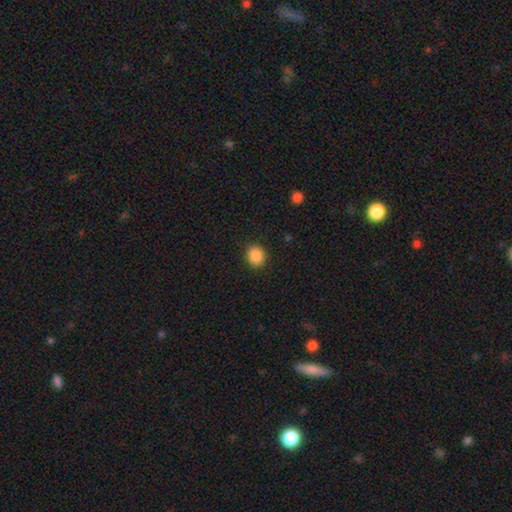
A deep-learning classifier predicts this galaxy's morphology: Overall: smooth (88%). How rounded: round (78%). Merging: none (90%).